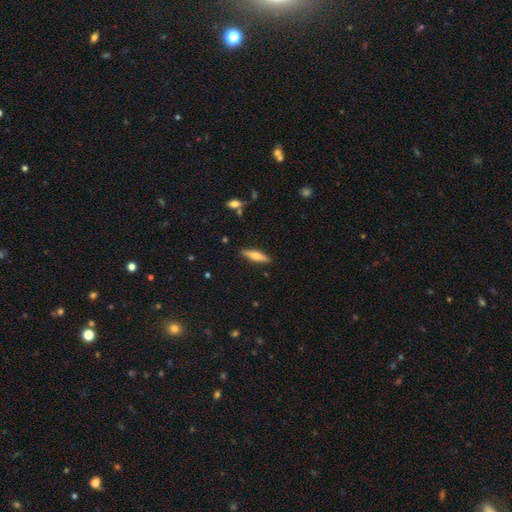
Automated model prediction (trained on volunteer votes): This appears to be a smooth galaxy with no disk features (55%) that is cigar-shaped (74%). Merging: none (88%).